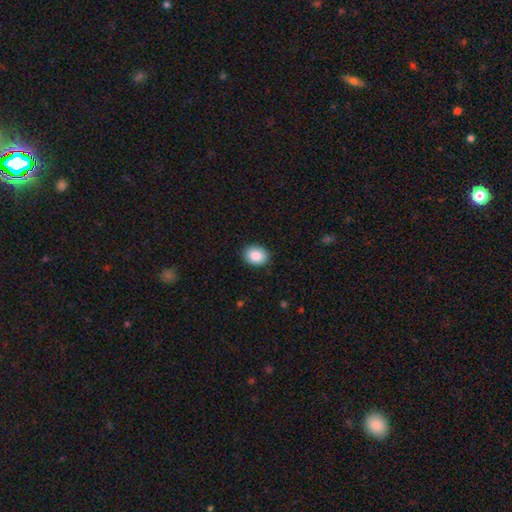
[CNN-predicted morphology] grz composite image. It shows a smooth galaxy with no disk features (86%) that is in between round and cigar-shaped (55%). Merging: none (89%).